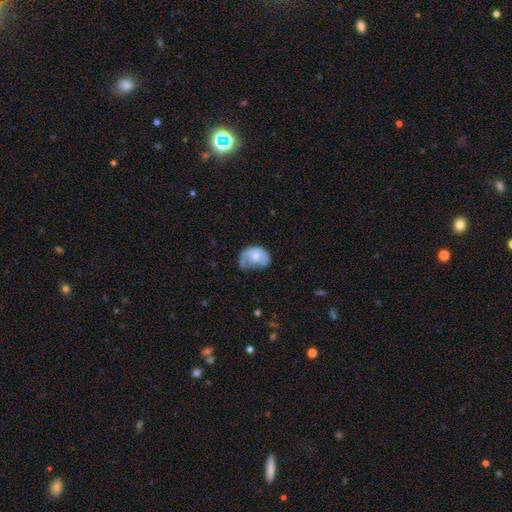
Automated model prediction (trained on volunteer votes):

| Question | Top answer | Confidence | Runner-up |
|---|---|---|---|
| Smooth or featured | smooth | 58% | featured or disk (34%) |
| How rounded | in between | 72% | round (27%) |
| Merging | minor disturbance | 35% | major disturbance (29%) |